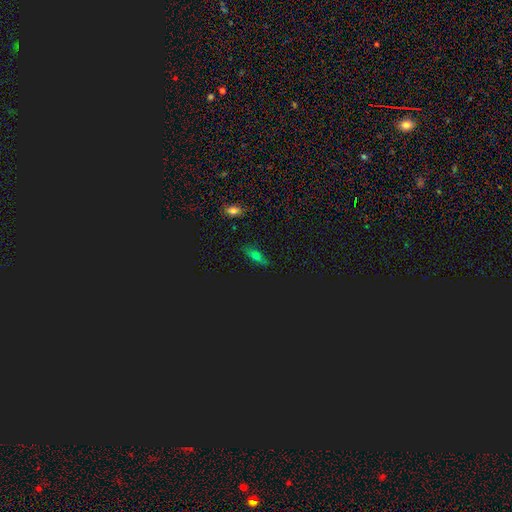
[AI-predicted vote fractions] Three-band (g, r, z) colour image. It shows a smooth galaxy with no disk features (51%) that is in between round and cigar-shaped (62%). Merging: none (78%).